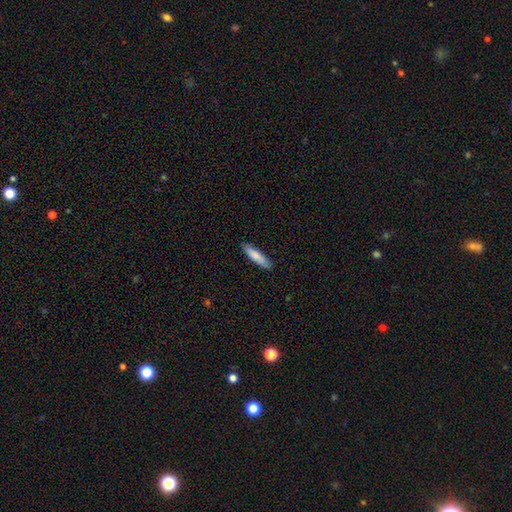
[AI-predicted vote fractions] Smooth or featured?
  - smooth: 81% *
  - featured or disk: 13%
  - star or artifact: 5%
How rounded?
  - cigar-shaped: 78% *
  - in between: 21%
  - round: 1%
Merging?
  - none: 86% *
  - minor disturbance: 11%
  - major disturbance: 2%
  - merger: 1%